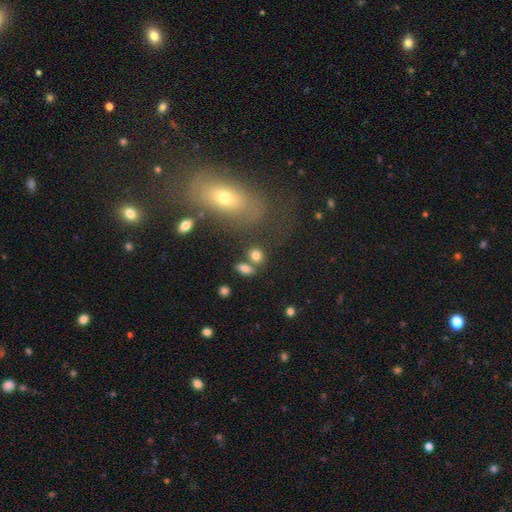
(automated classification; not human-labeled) A smooth galaxy with no disk features (78%) that is in between round and cigar-shaped (64%). Merging: none (59%).